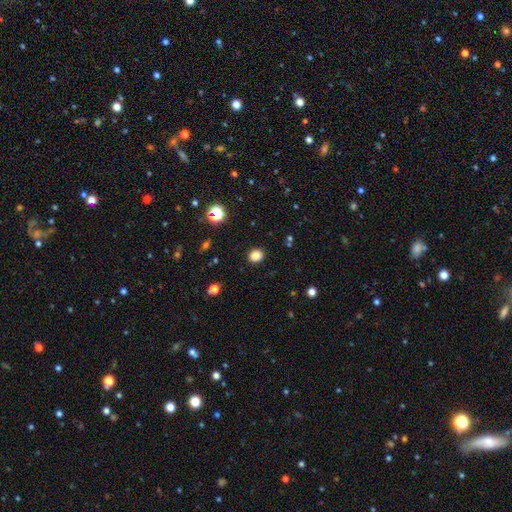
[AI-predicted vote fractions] Smooth or featured? smooth (83%)
How rounded? round (76%)
Merging? none (91%)